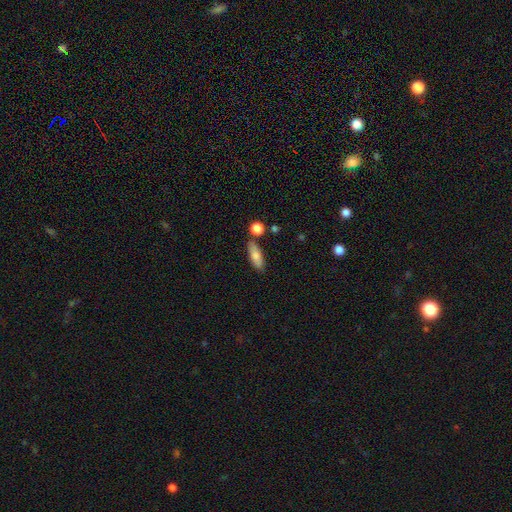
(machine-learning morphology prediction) type=smooth (78%); roundness=in between (60%); merging=none (77%).